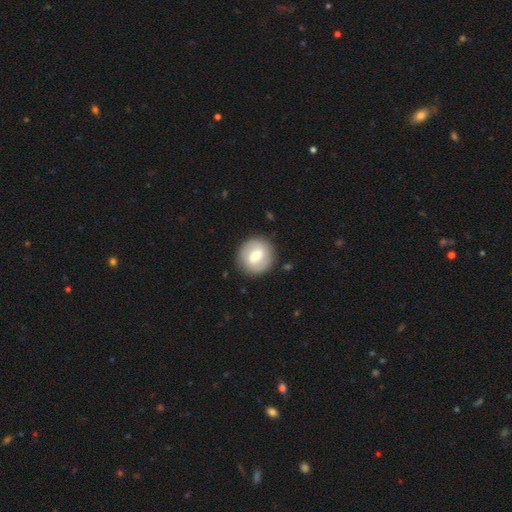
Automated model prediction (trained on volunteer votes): Smooth or featured: smooth — 49% (featured or disk — 45%)
Merging: none — 87% (minor disturbance — 8%)